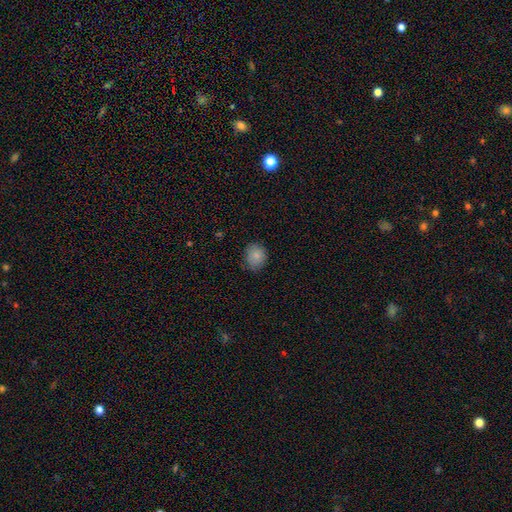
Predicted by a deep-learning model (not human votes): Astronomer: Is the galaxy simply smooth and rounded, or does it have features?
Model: smooth — 84%.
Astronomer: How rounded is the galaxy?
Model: round — 64%.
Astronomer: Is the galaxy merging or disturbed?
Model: none — 78%.